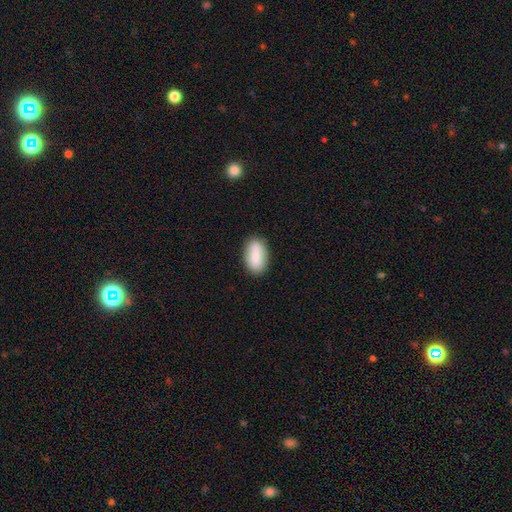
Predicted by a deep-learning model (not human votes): Morphology: type=smooth (81%); roundness=in between (91%); merging=none (85%).